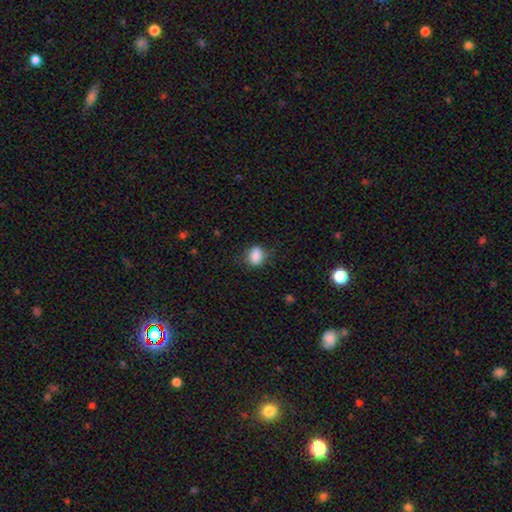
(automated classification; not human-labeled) Smooth or featured: smooth — 86% (star or artifact — 9%)
How rounded: in between — 68% (round — 30%)
Merging: none — 73% (minor disturbance — 20%)